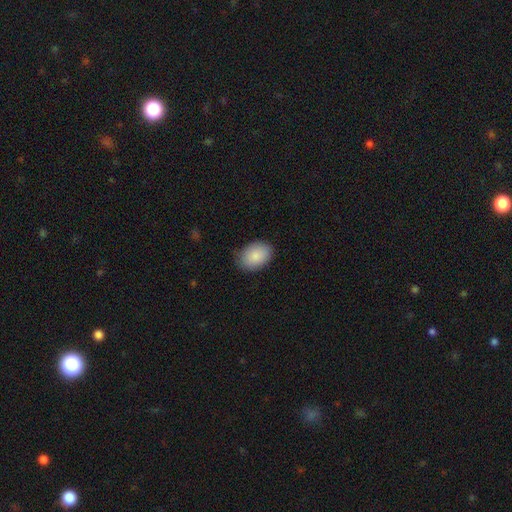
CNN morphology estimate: Smooth or featured? Predicted: smooth (p=0.88). How rounded? Predicted: in between (p=0.83). Merging? Predicted: none (p=0.83).